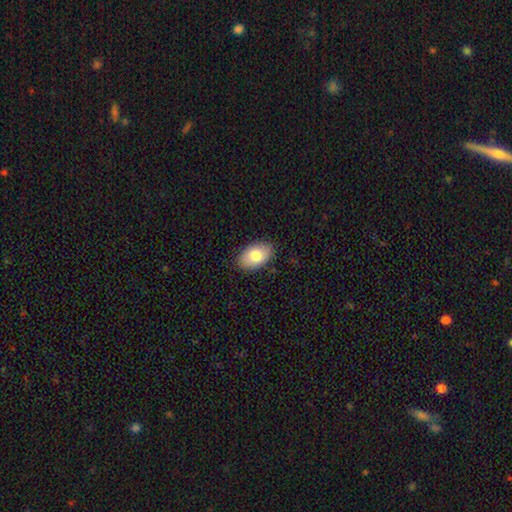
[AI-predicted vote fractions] Smooth or featured: smooth — 80% (featured or disk — 13%)
How rounded: in between — 92% (round — 7%)
Merging: none — 87% (minor disturbance — 10%)